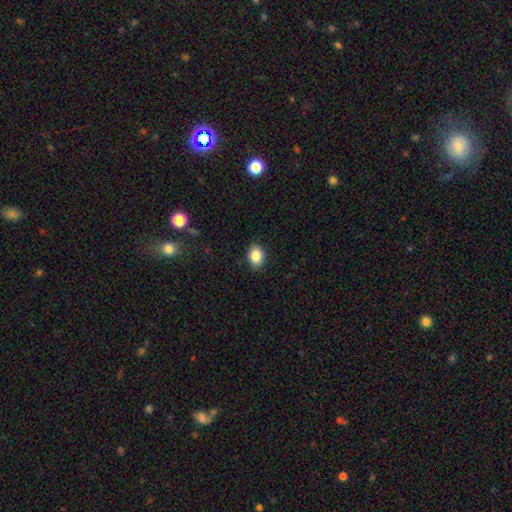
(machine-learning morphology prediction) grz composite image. It shows a smooth galaxy with no disk features (86%) that is in between round and cigar-shaped (70%). Merging: none (88%).